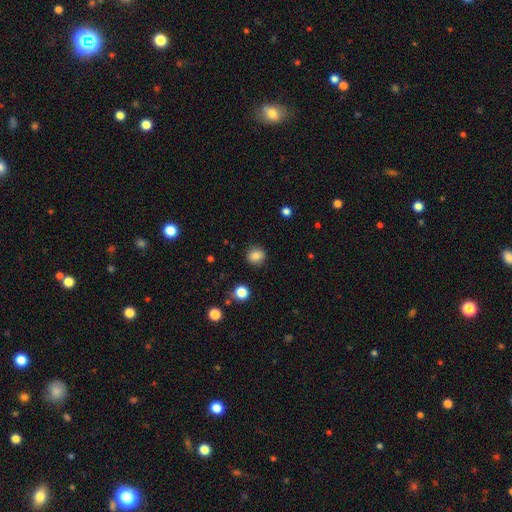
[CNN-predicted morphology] Smooth or featured? Predicted: smooth (p=0.83). How rounded? Predicted: round (p=0.86). Merging? Predicted: none (p=0.89).